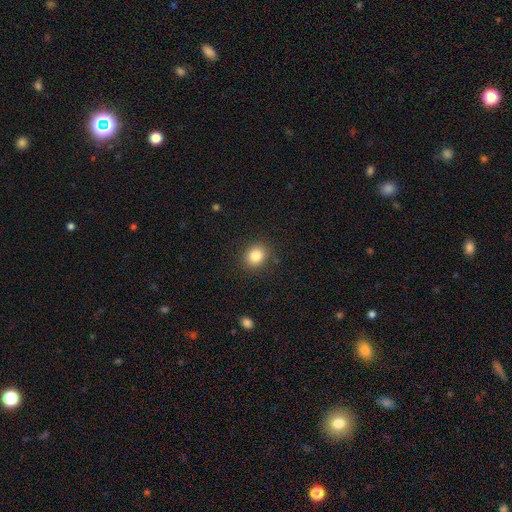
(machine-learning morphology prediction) Smooth or featured? smooth (83%)
How rounded? round (63%)
Merging? none (87%)